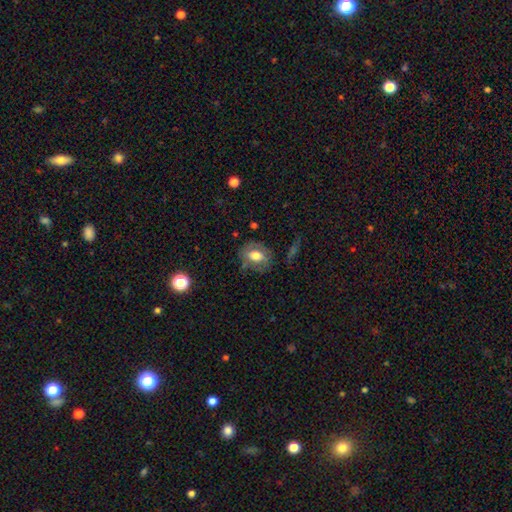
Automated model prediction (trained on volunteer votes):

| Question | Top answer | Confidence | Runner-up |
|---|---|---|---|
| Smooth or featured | smooth | 60% | featured or disk (32%) |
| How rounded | in between | 57% | round (42%) |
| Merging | none | 67% | minor disturbance (21%) |